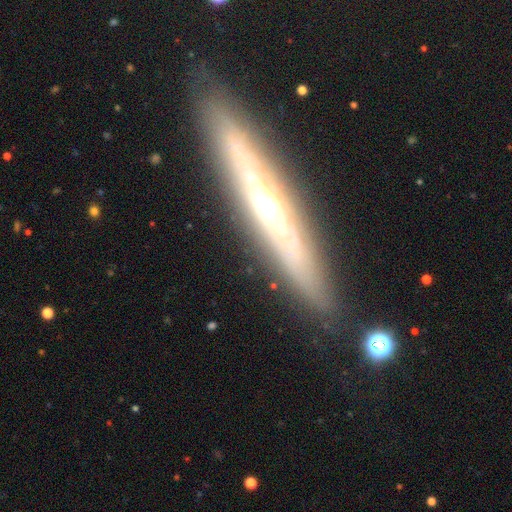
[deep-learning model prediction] A featured or disk galaxy (75%) viewed edge-on (81%) with a rounded central bulge (76%).

Vote fractions:
- Smooth or featured? featured or disk: 75% / smooth: 18% / star or artifact: 7%
- Edge-on disk? yes: 81% / no: 19%
- Edge-on bulge? rounded: 76% / none: 17% / boxy: 6%
- Merging? none: 86% / minor disturbance: 9% / major disturbance: 3% / merger: 2%